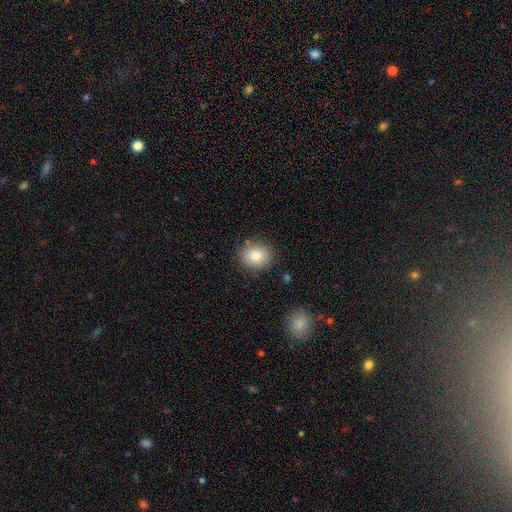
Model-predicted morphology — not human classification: Q: Smooth or featured?
A: smooth (85%); runner-up: star or artifact (8%)
Q: How rounded?
A: round (67%); runner-up: in between (32%)
Q: Merging?
A: none (85%); runner-up: minor disturbance (10%)